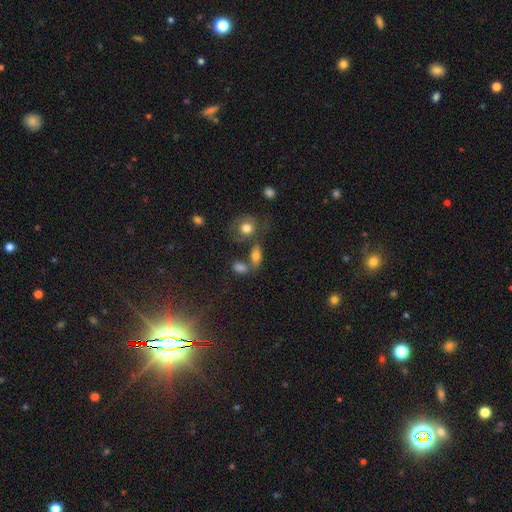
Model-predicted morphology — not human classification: A smooth galaxy with no disk features (75%) that is in between round and cigar-shaped (81%).

Vote fractions:
- Smooth or featured? smooth: 75% / featured or disk: 14% / star or artifact: 11%
- How rounded? in between: 81% / round: 12% / cigar-shaped: 6%
- Merging? none: 48% / merger: 28% / minor disturbance: 16% / major disturbance: 8%